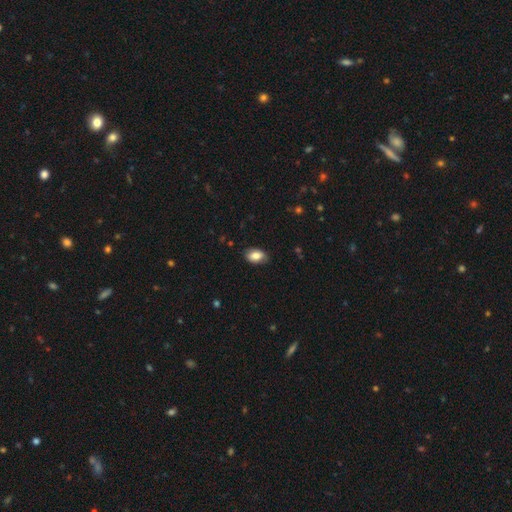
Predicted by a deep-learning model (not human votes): This appears to be a smooth galaxy with no disk features (83%) that is in between round and cigar-shaped (90%). Merging: none (84%).